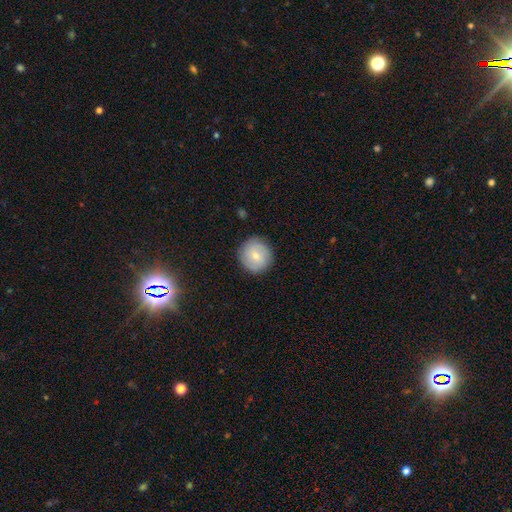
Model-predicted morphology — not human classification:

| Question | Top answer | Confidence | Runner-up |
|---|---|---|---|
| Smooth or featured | smooth | 74% | featured or disk (19%) |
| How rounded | round | 92% | in between (7%) |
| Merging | none | 87% | minor disturbance (9%) |